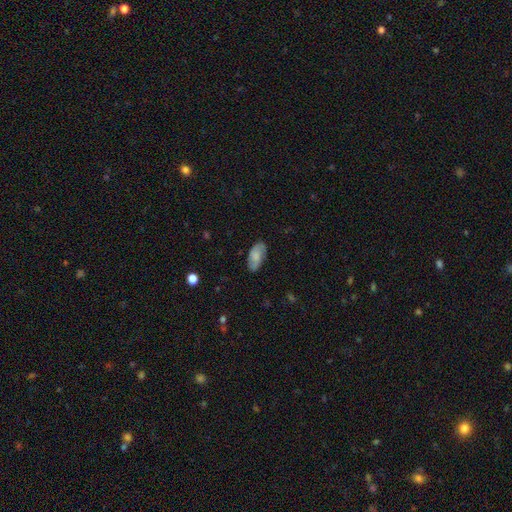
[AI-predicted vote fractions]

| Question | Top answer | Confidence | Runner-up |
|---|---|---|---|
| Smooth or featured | smooth | 61% | featured or disk (32%) |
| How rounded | in between | 91% | cigar-shaped (6%) |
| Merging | none | 79% | minor disturbance (16%) |